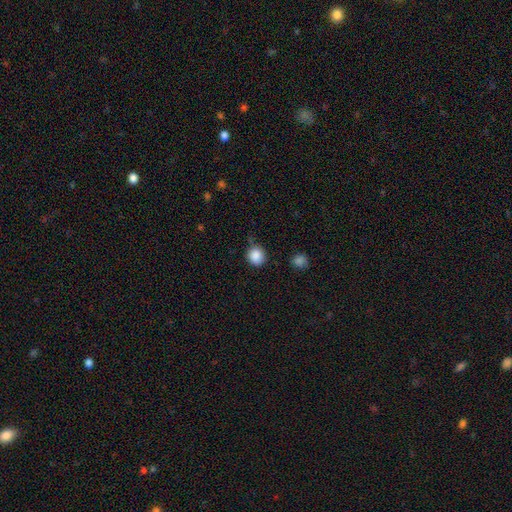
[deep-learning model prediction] Morphology: type=smooth (87%); roundness=round (86%); merging=none (74%).